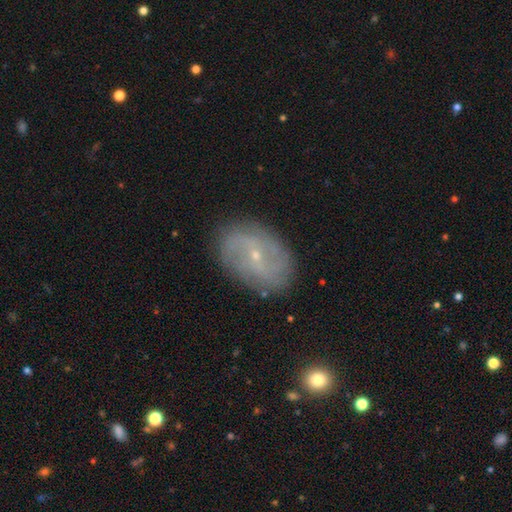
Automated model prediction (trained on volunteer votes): Smooth or featured? Predicted: featured or disk (p=0.74). Edge-on disk? Predicted: no (p=0.95). Bar? Predicted: weak (p=0.45). Spiral arms? Predicted: yes (p=0.85). Spiral winding? Predicted: medium (p=0.37, tied with loose). Spiral arm count? Predicted: 2 (p=0.61). Bulge size? Predicted: small (p=0.83). Merging? Predicted: none (p=0.83).